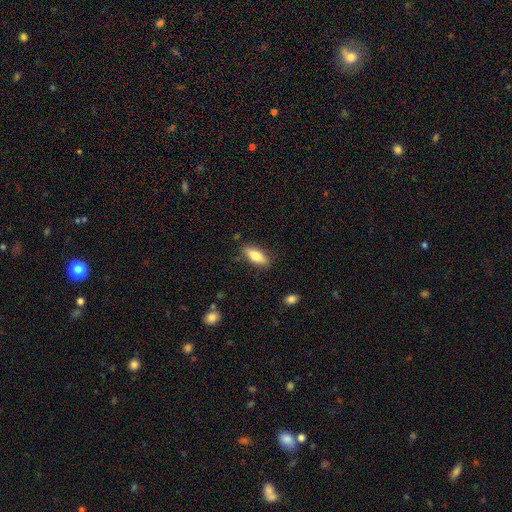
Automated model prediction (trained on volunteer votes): A smooth galaxy with no disk features (79%) that is in between round and cigar-shaped (65%). Merging: none (84%).